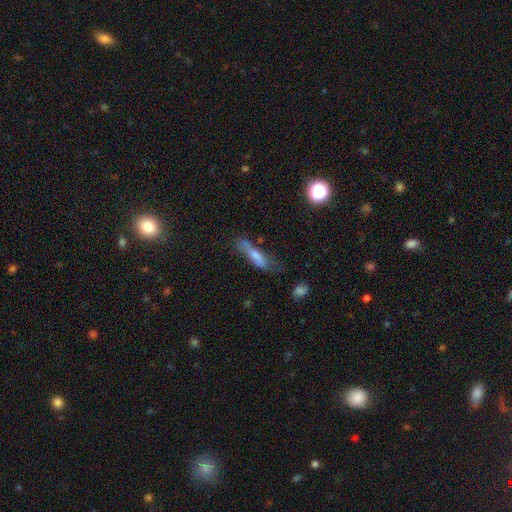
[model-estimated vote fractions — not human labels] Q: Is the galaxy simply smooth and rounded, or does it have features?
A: smooth — 61%.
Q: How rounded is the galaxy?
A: cigar-shaped — 69%.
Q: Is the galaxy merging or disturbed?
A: none — 48%.